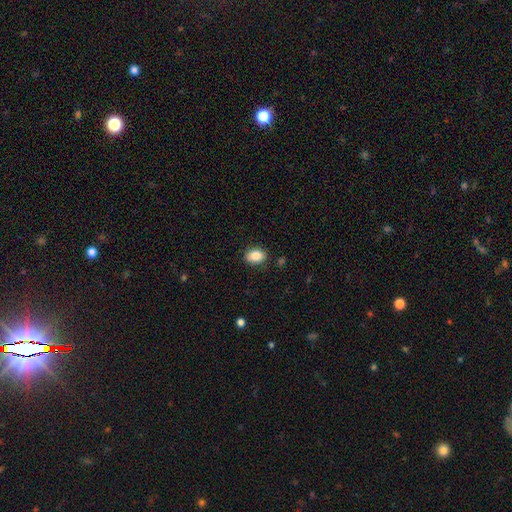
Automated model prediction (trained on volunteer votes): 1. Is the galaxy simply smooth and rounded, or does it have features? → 85% smooth, 8% star or artifact, 7% featured or disk.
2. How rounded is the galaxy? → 77% in between, 22% round, 1% cigar-shaped.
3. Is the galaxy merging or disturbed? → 87% none, 9% minor disturbance, 2% major disturbance, 1% merger.